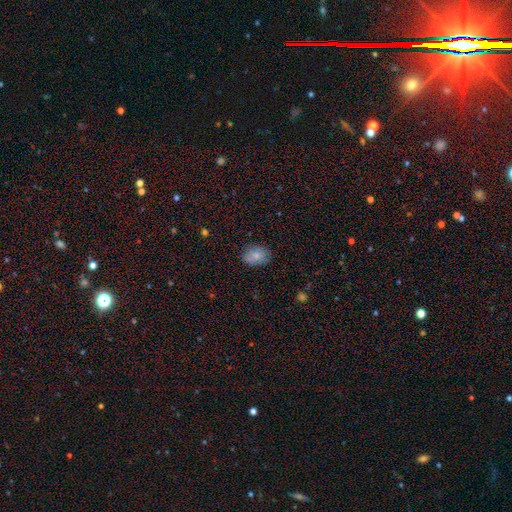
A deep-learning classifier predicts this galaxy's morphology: smooth 81%, featured or disk 10%, star or artifact 9%. Down the decision tree: how rounded — in between (75%); merging — none (80%).